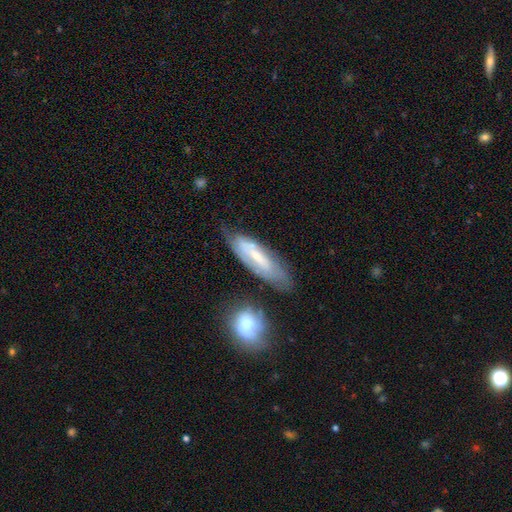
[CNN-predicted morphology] Smooth or featured? featured or disk (58%)
Edge-on disk? no (74%)
Merging? none (63%)